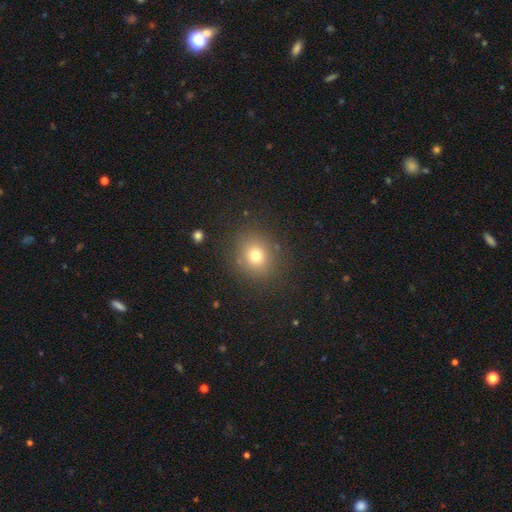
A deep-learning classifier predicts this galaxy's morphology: Smooth or featured? Predicted: smooth (p=0.73). How rounded? Predicted: round (p=0.79). Merging? Predicted: none (p=0.85).